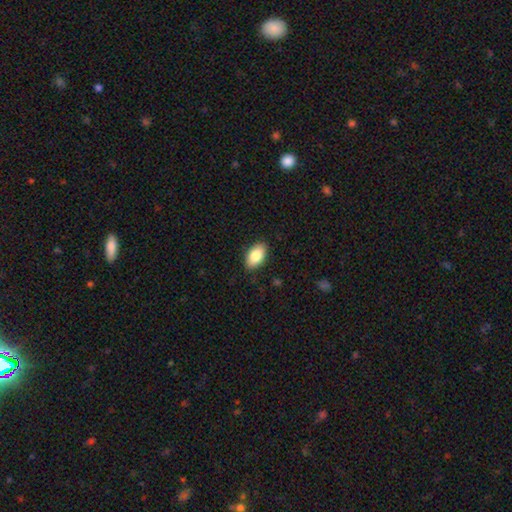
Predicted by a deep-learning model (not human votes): Smooth or featured: smooth — 83% (featured or disk — 10%)
How rounded: in between — 93% (round — 5%)
Merging: none — 88% (minor disturbance — 9%)